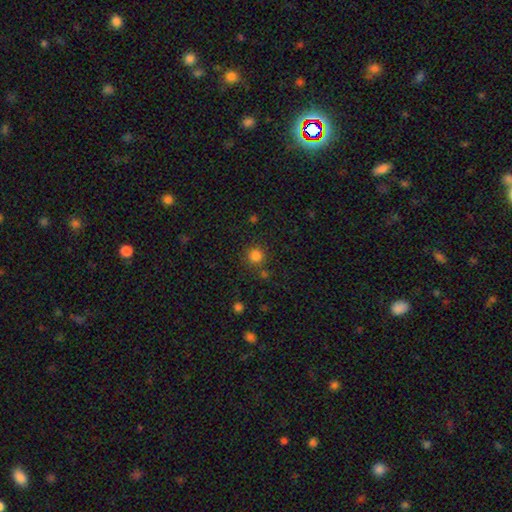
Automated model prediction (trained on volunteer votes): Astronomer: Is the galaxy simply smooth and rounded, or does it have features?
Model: smooth — 82%.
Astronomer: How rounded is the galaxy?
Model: round — 94%.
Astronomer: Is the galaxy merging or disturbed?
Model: none — 82%.